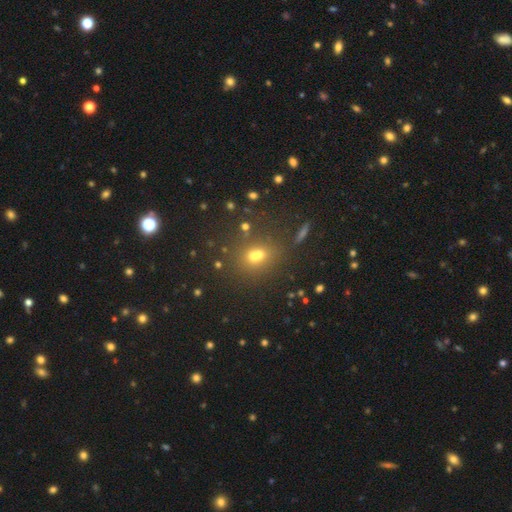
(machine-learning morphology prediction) smooth-or-featured: smooth: 56% | star or artifact: 28% | featured or disk: 16%
  how-rounded: round: 54% | in between: 43% | cigar-shaped: 3%
  merging: none: 49% | merger: 36% | minor disturbance: 10% | major disturbance: 5%